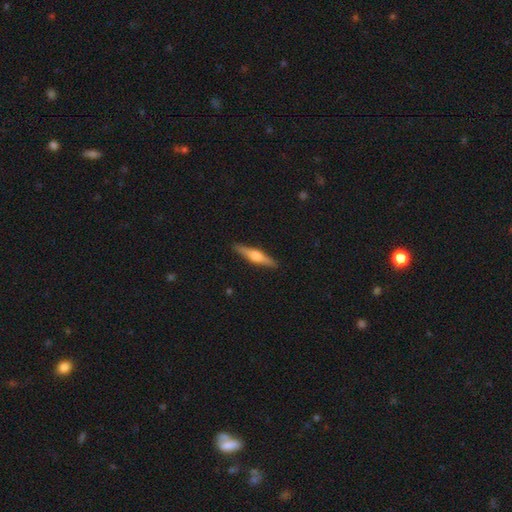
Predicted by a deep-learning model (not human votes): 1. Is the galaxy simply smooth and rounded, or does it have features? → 65% featured or disk, 29% smooth, 6% star or artifact.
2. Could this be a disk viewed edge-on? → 97% yes, 3% no.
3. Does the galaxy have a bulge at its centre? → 88% rounded, 9% boxy, 4% none.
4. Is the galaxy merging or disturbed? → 91% none, 7% minor disturbance, 1% major disturbance, 1% merger.